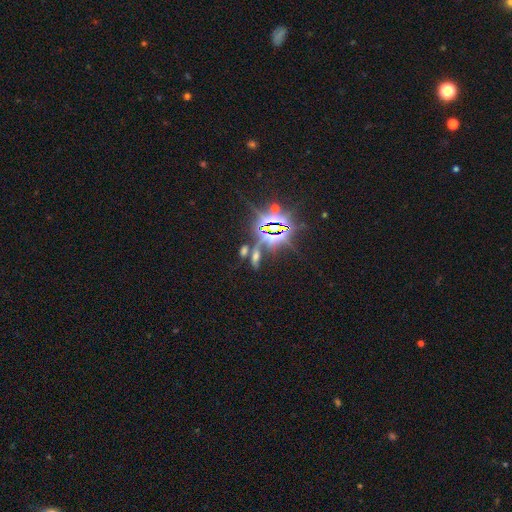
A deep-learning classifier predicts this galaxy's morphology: Q: Smooth or featured?
A: star or artifact (53%); runner-up: smooth (30%)